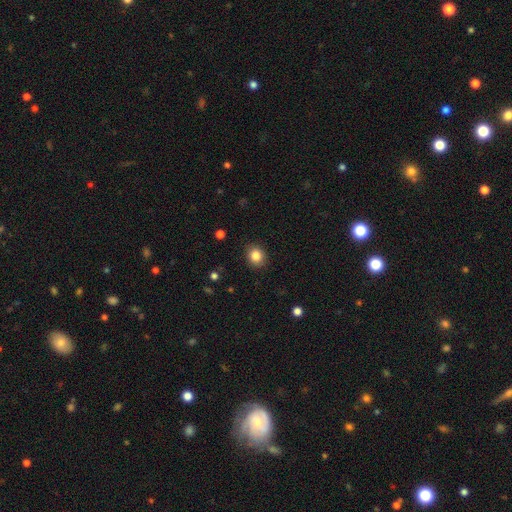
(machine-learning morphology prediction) type=smooth (85%); roundness=round (71%); merging=none (89%).